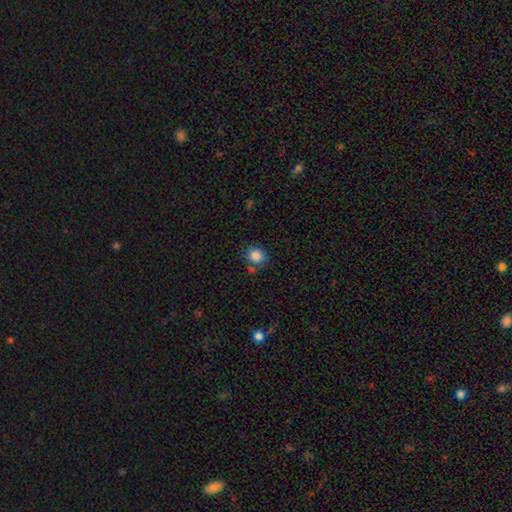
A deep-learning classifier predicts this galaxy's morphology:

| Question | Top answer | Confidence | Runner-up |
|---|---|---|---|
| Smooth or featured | smooth | 85% | star or artifact (10%) |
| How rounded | round | 81% | in between (18%) |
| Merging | none | 71% | minor disturbance (15%) |